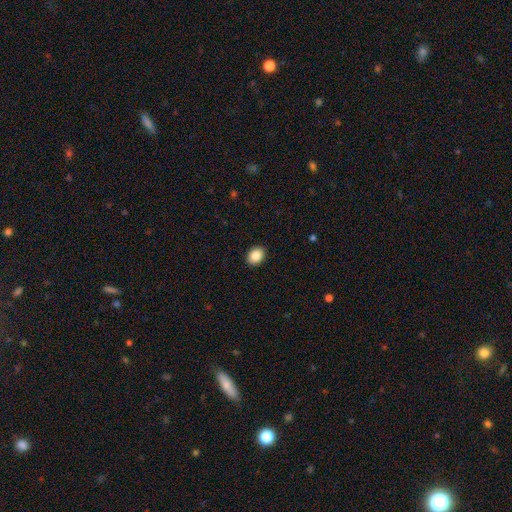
A smooth galaxy with no disk features (87%) that is round (64%). Merging: none (83%).